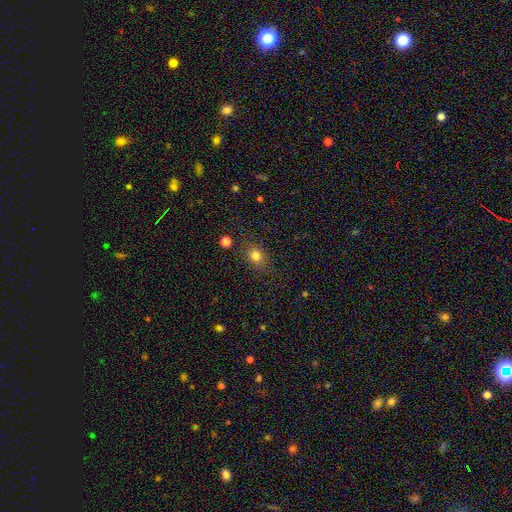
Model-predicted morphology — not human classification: Smooth or featured: smooth — 78% (star or artifact — 14%)
How rounded: round — 57% (in between — 41%)
Merging: none — 82% (minor disturbance — 12%)